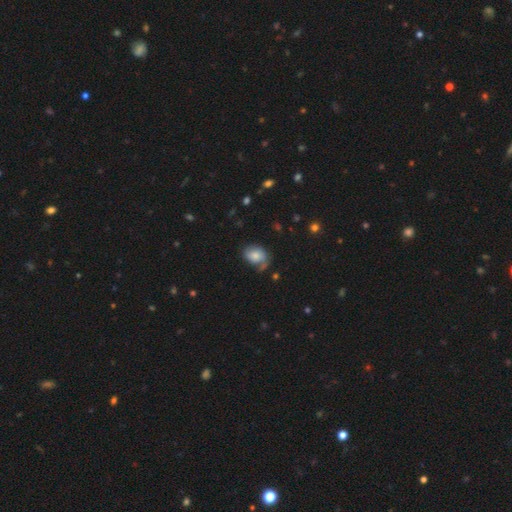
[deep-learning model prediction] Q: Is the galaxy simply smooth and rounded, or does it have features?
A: smooth — 60%.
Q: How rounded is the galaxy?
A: in between — 67%.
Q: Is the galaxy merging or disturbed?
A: none — 47%.